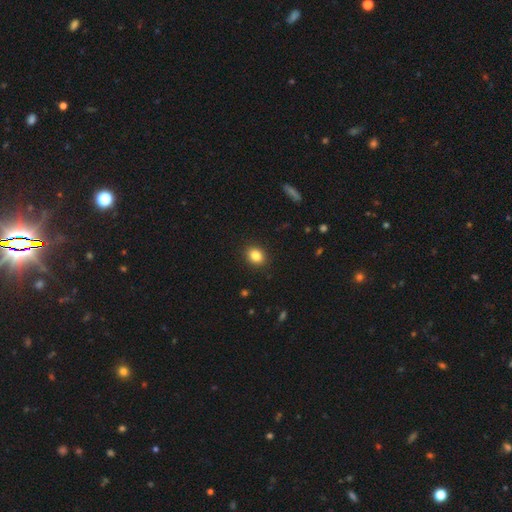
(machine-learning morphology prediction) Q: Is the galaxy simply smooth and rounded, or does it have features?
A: smooth — 85%.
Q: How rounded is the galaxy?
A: in between — 54%.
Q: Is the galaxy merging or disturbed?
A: none — 90%.